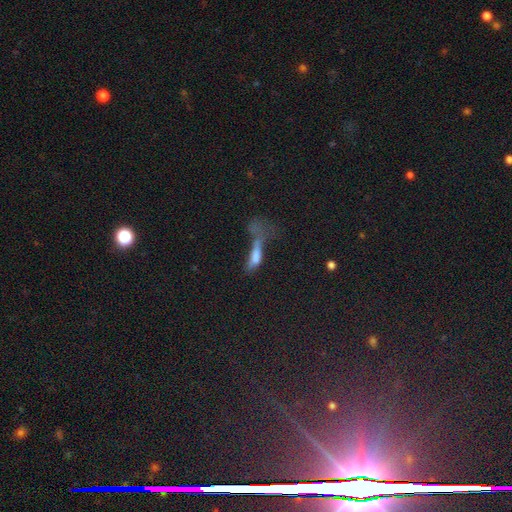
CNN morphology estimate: Overall: smooth (61%; featured or disk 24%). How rounded: cigar-shaped (50%; in between 45%). Merging: major disturbance (47%; merger 23%).